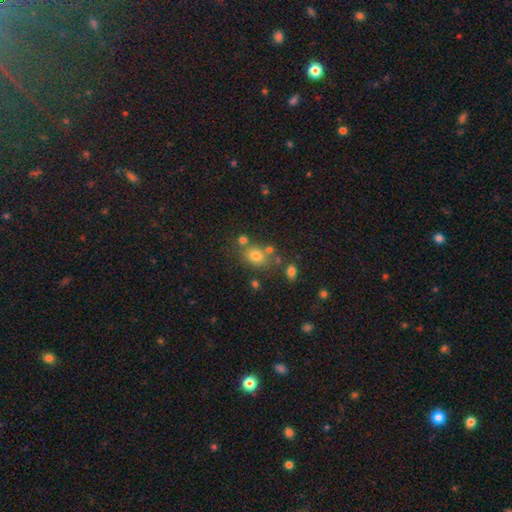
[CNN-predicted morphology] This appears to be a smooth galaxy with no disk features (75%) that is in between round and cigar-shaped (50%). Merging: none (64%).